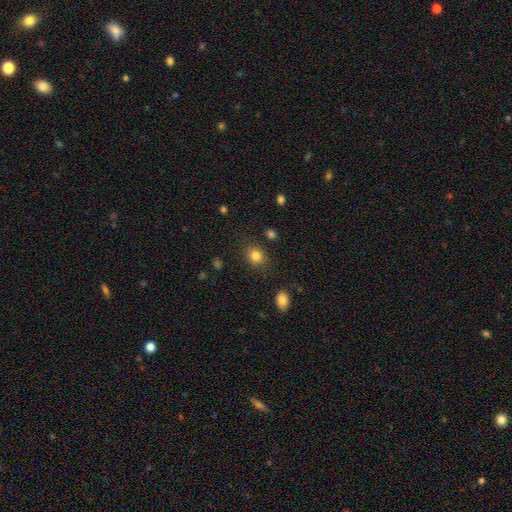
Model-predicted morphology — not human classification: type=smooth (83%); roundness=round (54%); merging=none (82%).